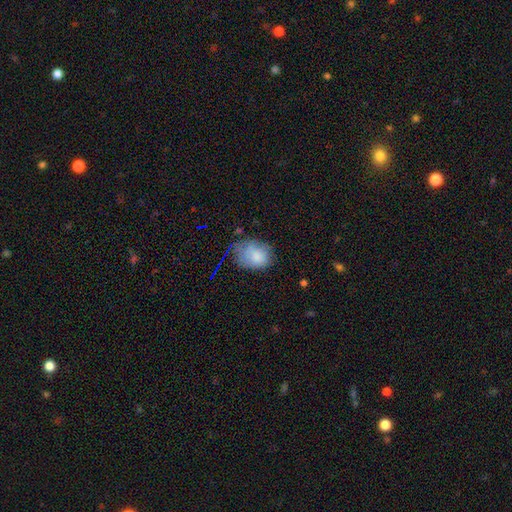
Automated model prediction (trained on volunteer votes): Overall: smooth (80%). How rounded: in between (65%; round 34%). Merging: none (52%; minor disturbance 32%).